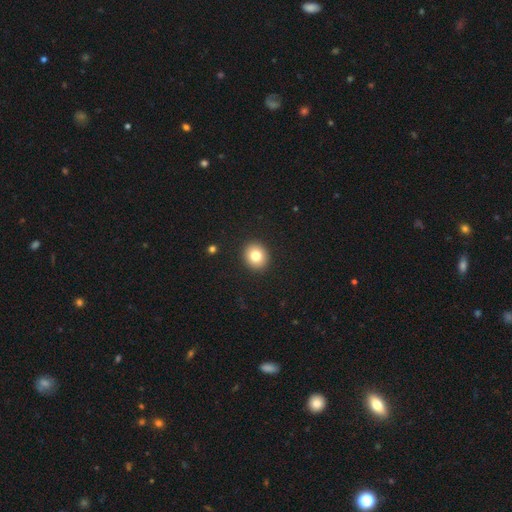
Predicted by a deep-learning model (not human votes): Morphology: type=smooth (80%); roundness=round (79%); merging=none (92%).